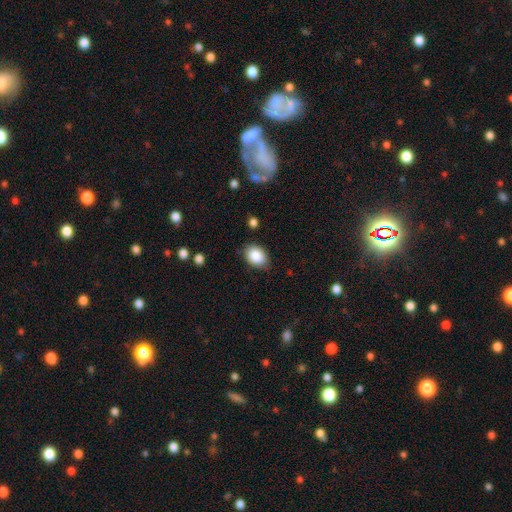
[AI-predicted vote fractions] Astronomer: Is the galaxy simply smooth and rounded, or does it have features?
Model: smooth — 87%.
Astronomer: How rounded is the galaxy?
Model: in between — 71%.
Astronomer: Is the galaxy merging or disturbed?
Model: none — 81%.